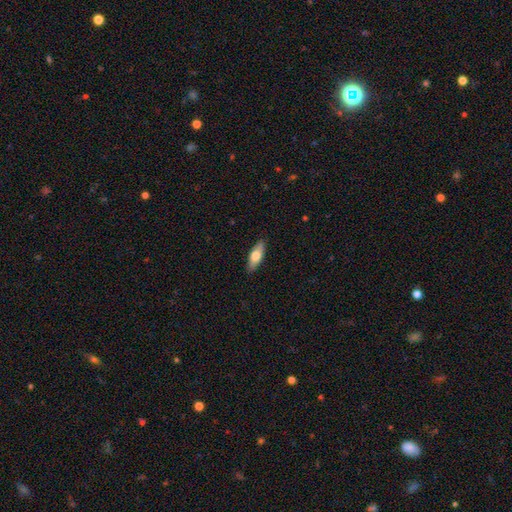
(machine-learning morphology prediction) This is likely a smooth galaxy (66%). How rounded: likely in between (65%). Merging: clearly none (88%).